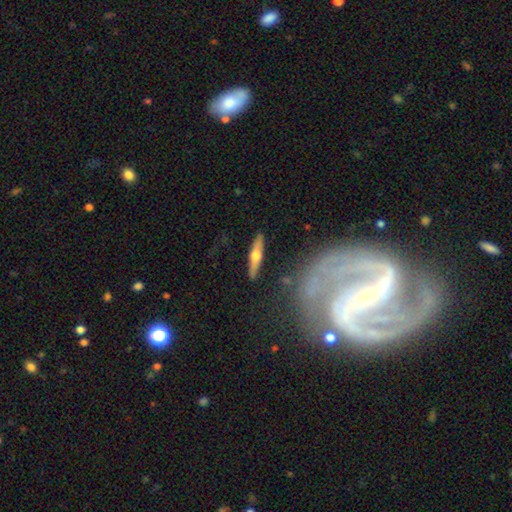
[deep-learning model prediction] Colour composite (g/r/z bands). It shows a featured or disk galaxy (52%) viewed edge-on (92%). Merging: none (88%).